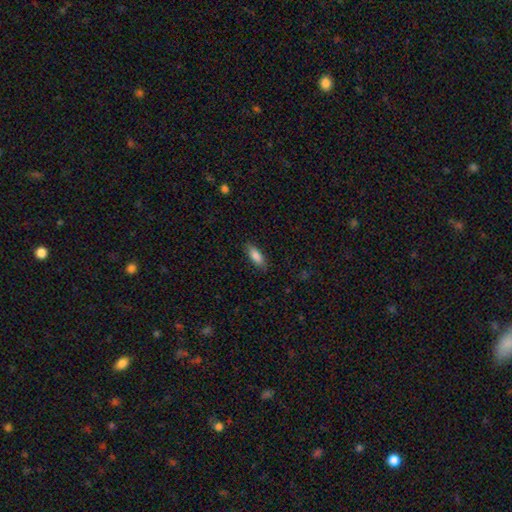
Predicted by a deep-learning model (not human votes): Smooth or featured? smooth (86%)
How rounded? in between (68%)
Merging? none (85%)